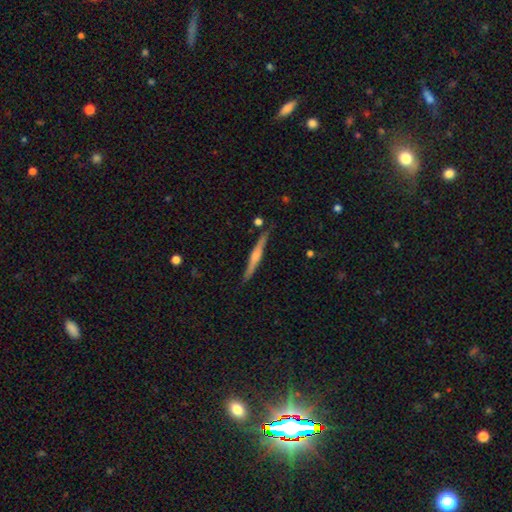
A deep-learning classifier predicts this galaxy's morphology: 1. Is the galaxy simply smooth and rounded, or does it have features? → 62% featured or disk, 32% smooth, 6% star or artifact.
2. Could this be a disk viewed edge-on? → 98% yes, 2% no.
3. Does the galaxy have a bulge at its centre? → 67% rounded, 17% none, 16% boxy.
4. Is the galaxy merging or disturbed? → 87% none, 9% minor disturbance, 2% merger, 2% major disturbance.